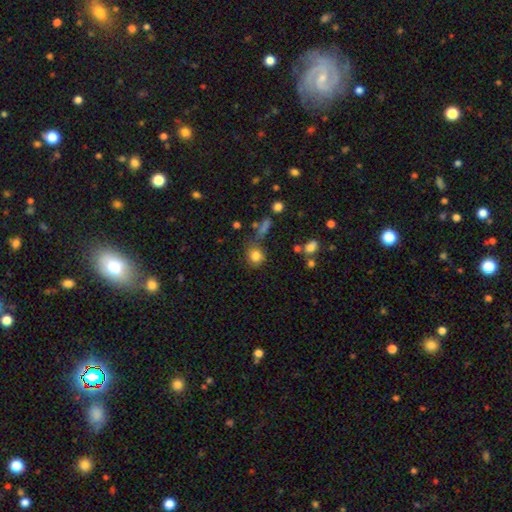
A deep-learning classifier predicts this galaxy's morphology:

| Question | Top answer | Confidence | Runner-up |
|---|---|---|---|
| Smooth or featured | smooth | 81% | star or artifact (11%) |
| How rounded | round | 74% | in between (24%) |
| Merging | none | 64% | minor disturbance (17%) |